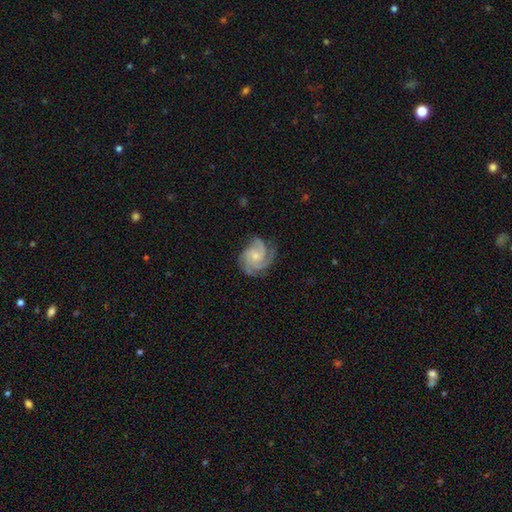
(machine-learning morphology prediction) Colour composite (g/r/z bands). It shows a featured or disk galaxy (88%) with no bar (73%), 3 (55%) tight (56%) spiral arms (98%) and a small central bulge (66%). Merging: none (73%).